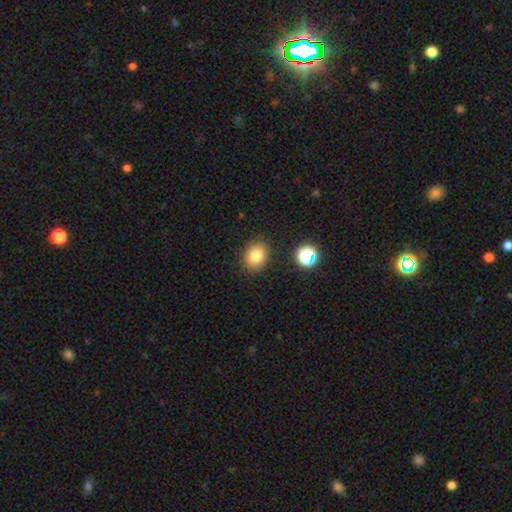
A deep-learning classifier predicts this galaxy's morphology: smooth 81%, star or artifact 12%, featured or disk 8%. Down the decision tree: how rounded — round (53%); merging — none (86%).